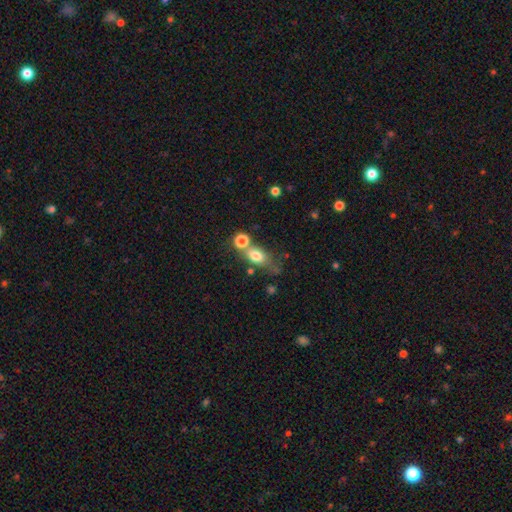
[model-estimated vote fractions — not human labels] A smooth galaxy with no disk features (75%) that is in between round and cigar-shaped (65%). Merging: none (42%).